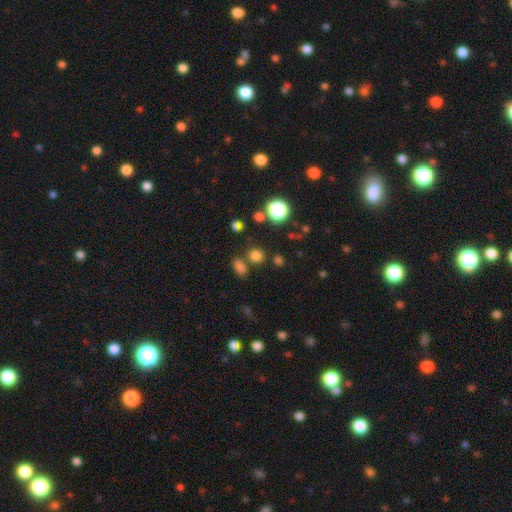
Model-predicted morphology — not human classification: A smooth galaxy with no disk features (72%) that is round (73%). Merging: none (74%).